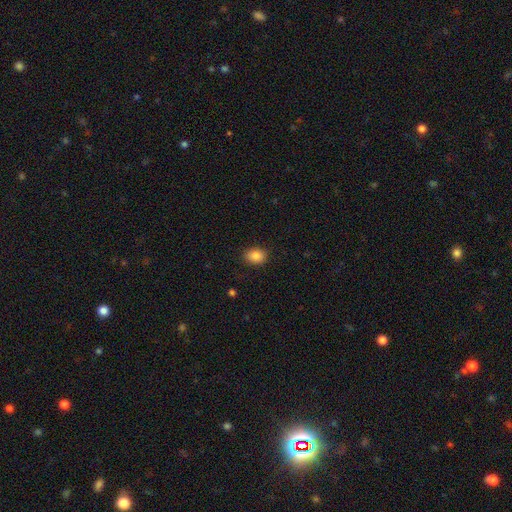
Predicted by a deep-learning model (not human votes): A smooth galaxy with no disk features (86%) that is in between round and cigar-shaped (68%).

Vote fractions:
- Smooth or featured? smooth: 86% / star or artifact: 9% / featured or disk: 5%
- How rounded? in between: 68% / round: 31% / cigar-shaped: 1%
- Merging? none: 87% / minor disturbance: 10% / major disturbance: 2% / merger: 1%